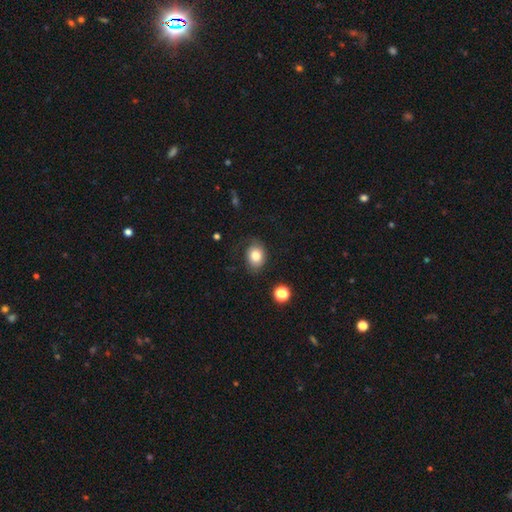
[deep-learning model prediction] This is likely a smooth galaxy (79%). How rounded: possibly in between (57%). Merging: likely none (74%).